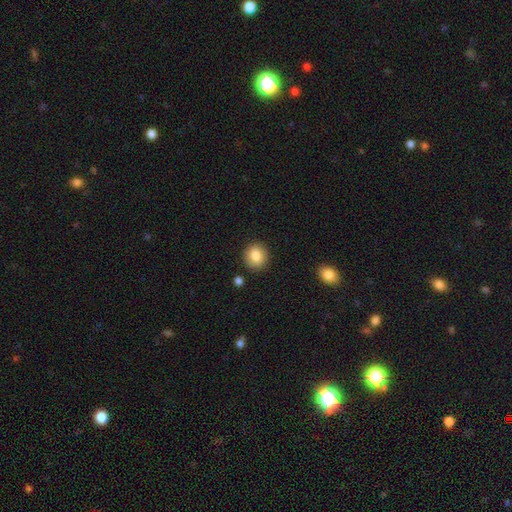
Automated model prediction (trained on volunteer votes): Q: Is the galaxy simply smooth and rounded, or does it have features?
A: smooth — 84%.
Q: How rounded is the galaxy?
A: round — 83%.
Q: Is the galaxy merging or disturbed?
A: none — 89%.